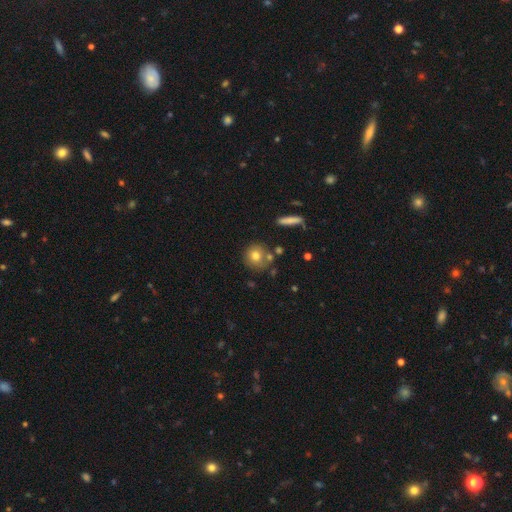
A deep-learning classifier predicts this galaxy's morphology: A smooth galaxy with no disk features (73%) that is round (89%). Merging: none (70%).